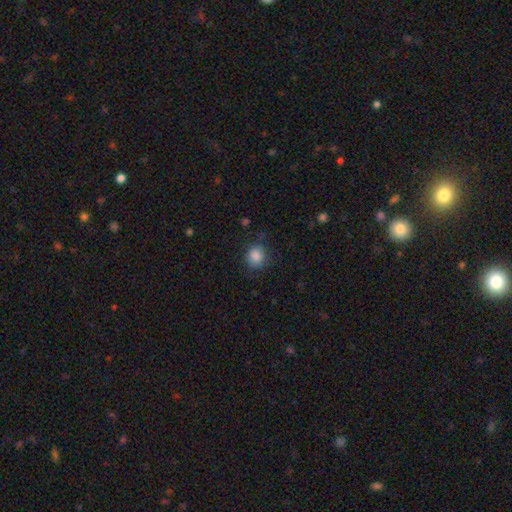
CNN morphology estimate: smooth-or-featured: smooth: 87% | star or artifact: 9% | featured or disk: 4%
  how-rounded: round: 82% | in between: 17% | cigar-shaped: 1%
  merging: none: 78% | minor disturbance: 16% | major disturbance: 5% | merger: 1%